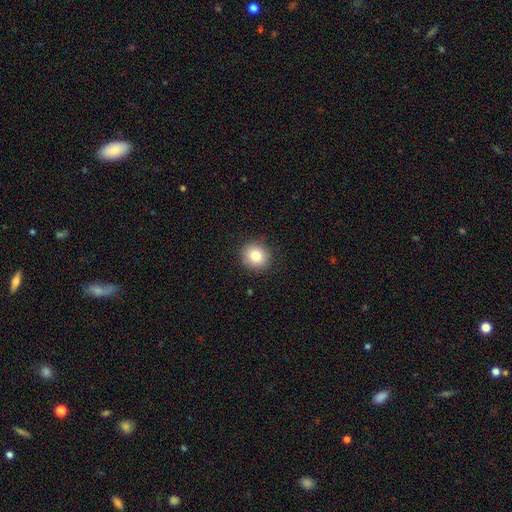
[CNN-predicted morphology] Smooth or featured: smooth — 81% (star or artifact — 10%)
How rounded: round — 85% (in between — 14%)
Merging: none — 90% (minor disturbance — 7%)